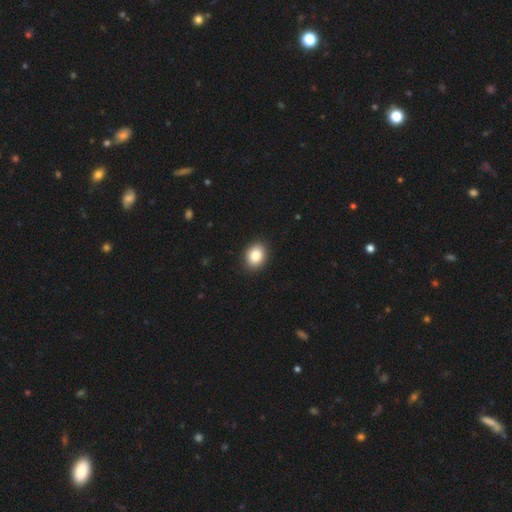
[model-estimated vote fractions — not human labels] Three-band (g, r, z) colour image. It shows a smooth galaxy with no disk features (86%) that is in between round and cigar-shaped (56%). Merging: none (91%).